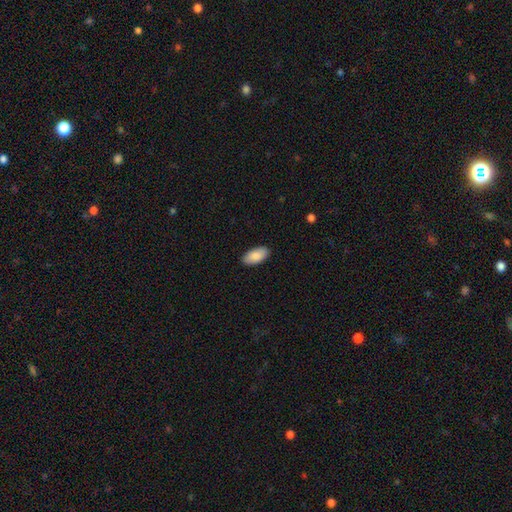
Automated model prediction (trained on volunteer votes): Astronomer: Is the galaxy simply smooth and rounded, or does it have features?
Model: smooth — 88%.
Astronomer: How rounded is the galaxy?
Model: in between — 94%.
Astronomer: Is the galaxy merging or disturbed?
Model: none — 89%.